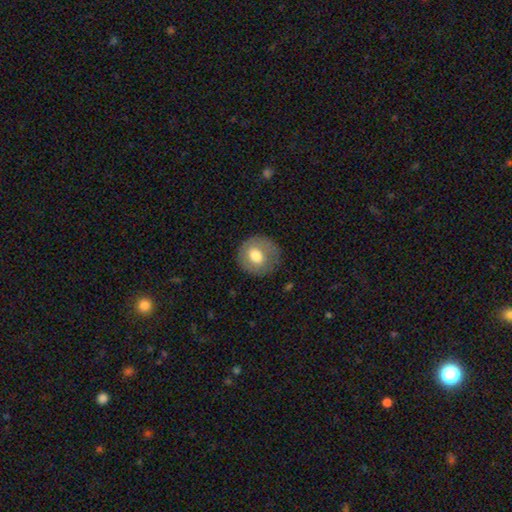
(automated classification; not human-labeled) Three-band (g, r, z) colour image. It shows a smooth galaxy with no disk features (70%) that is round (85%). Merging: none (78%).